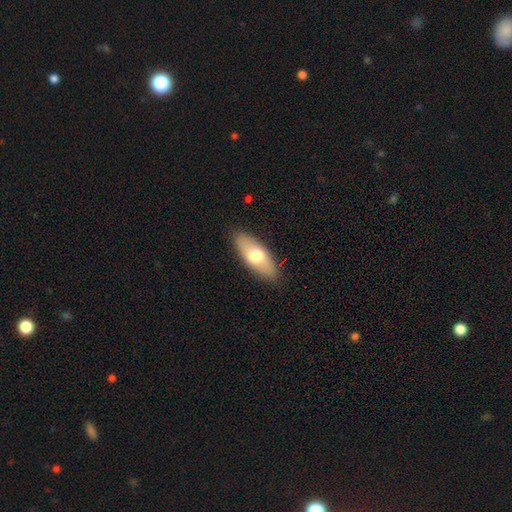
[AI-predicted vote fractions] Smooth or featured? smooth (67%)
How rounded? in between (78%)
Merging? none (87%)